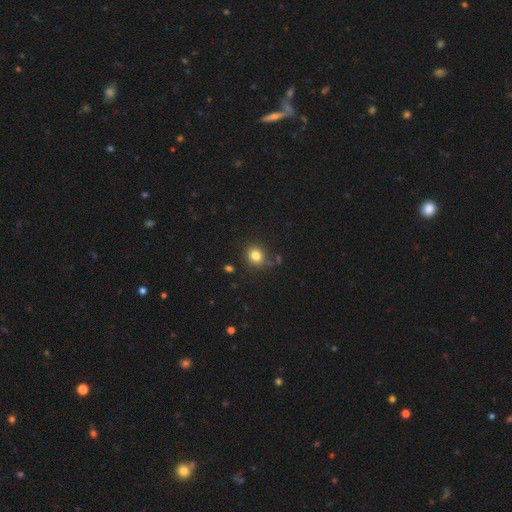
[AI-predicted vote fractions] smooth-or-featured: smooth: 81% | star or artifact: 12% | featured or disk: 6%
  how-rounded: round: 84% | in between: 15% | cigar-shaped: 1%
  merging: none: 78% | minor disturbance: 13% | merger: 4% | major disturbance: 4%